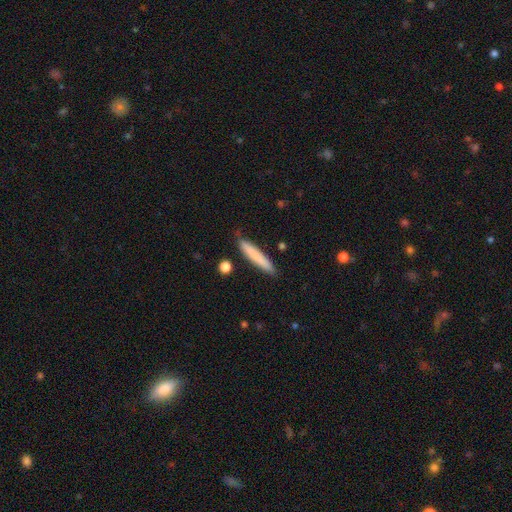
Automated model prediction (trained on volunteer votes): Q: Smooth or featured?
A: smooth (79%); runner-up: featured or disk (15%)
Q: How rounded?
A: cigar-shaped (93%); runner-up: in between (6%)
Q: Merging?
A: none (83%); runner-up: minor disturbance (13%)